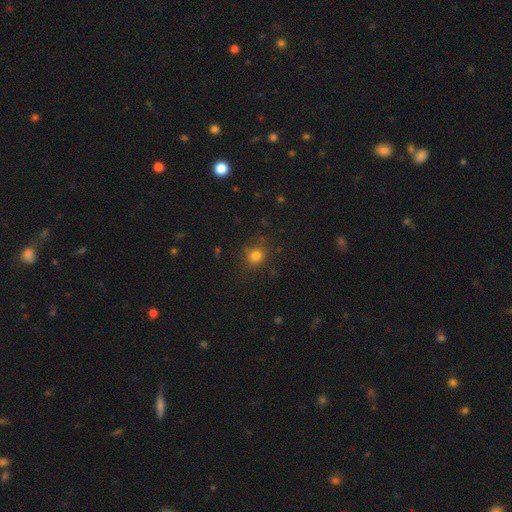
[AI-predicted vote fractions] Smooth or featured? smooth (80%)
How rounded? round (83%)
Merging? none (82%)